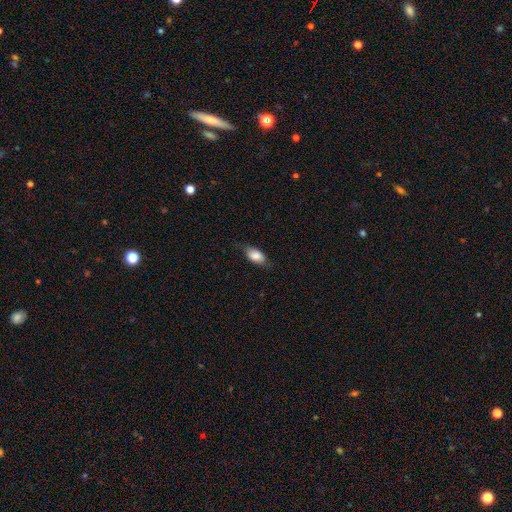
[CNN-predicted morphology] Overall: smooth (82%). How rounded: in between (89%). Merging: none (71%).